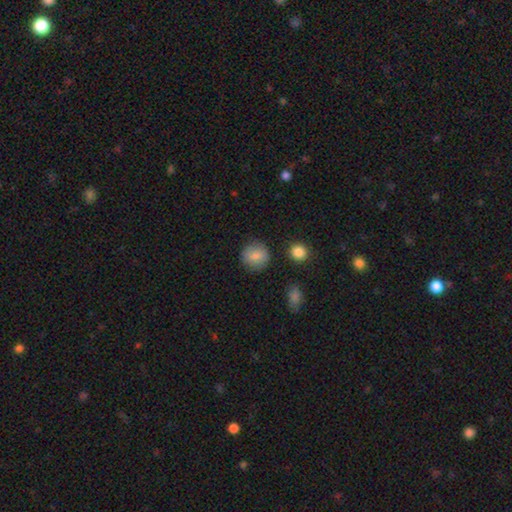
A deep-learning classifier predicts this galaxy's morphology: Smooth or featured: smooth — 83% (featured or disk — 8%)
How rounded: round — 90% (in between — 9%)
Merging: none — 86% (minor disturbance — 9%)